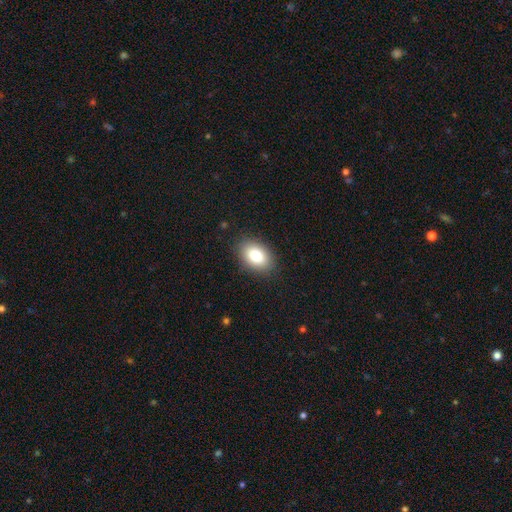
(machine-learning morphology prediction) Smooth or featured? smooth (84%)
How rounded? in between (86%)
Merging? none (87%)